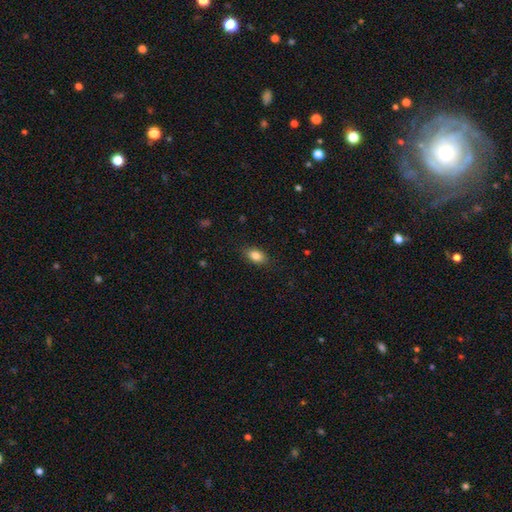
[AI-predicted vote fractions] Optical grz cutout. It shows a smooth galaxy with no disk features (85%) that is in between round and cigar-shaped (87%). Merging: none (86%).